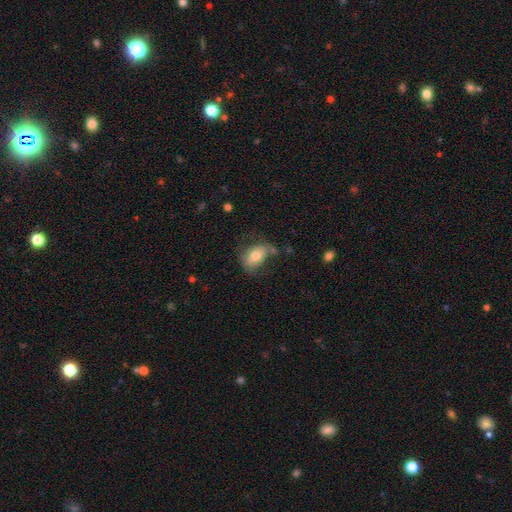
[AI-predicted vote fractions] A smooth galaxy with no disk features (71%) that is in between round and cigar-shaped (84%).

Vote fractions:
- Smooth or featured? smooth: 71% / featured or disk: 22% / star or artifact: 8%
- How rounded? in between: 84% / round: 14% / cigar-shaped: 2%
- Merging? none: 46% / minor disturbance: 30% / major disturbance: 18% / merger: 6%